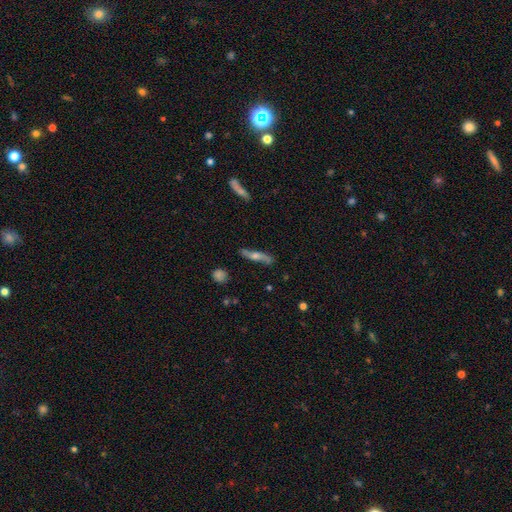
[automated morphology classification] This appears to be a featured or disk galaxy (61%) viewed edge-on (65%). Merging: none (78%).